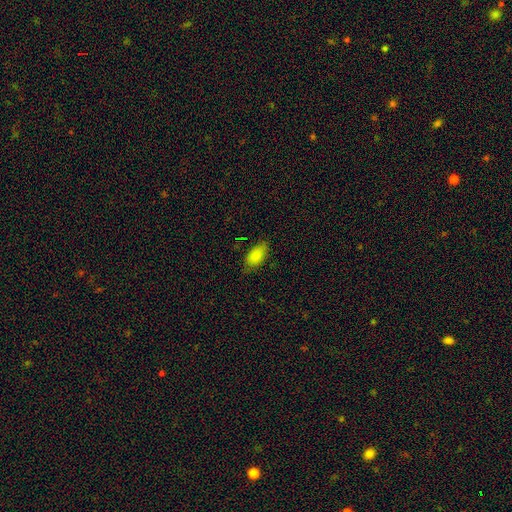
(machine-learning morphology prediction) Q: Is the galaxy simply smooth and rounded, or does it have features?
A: smooth — 84%.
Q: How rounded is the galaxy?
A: in between — 90%.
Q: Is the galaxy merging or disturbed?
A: none — 76%.